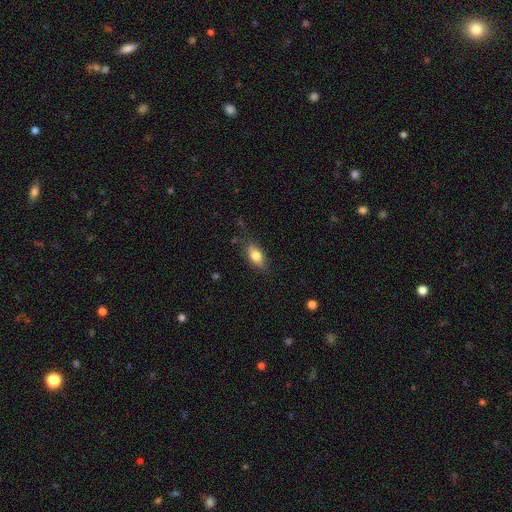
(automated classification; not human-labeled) Smooth or featured?
  - smooth: 77% *
  - featured or disk: 16%
  - star or artifact: 8%
How rounded?
  - in between: 84% *
  - cigar-shaped: 10%
  - round: 6%
Merging?
  - none: 77% *
  - minor disturbance: 17%
  - major disturbance: 4%
  - merger: 2%